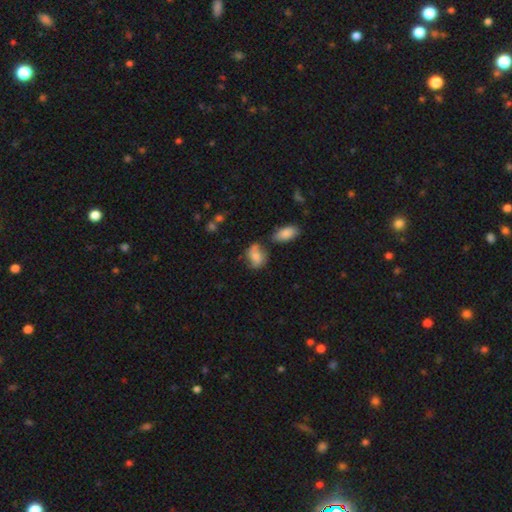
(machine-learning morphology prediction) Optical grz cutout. It shows a smooth galaxy with no disk features (69%) that is in between round and cigar-shaped (68%). Merging: none (51%).